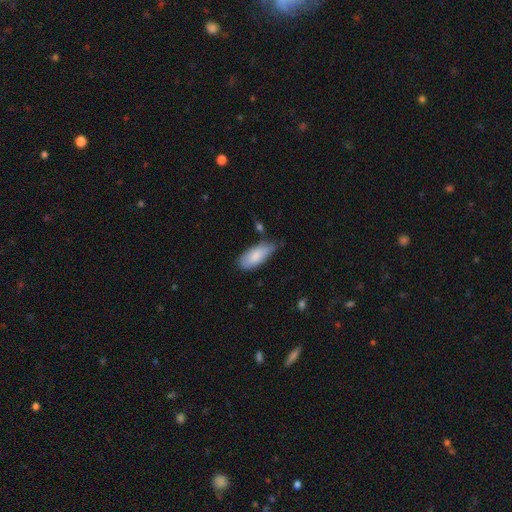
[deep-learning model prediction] Smooth or featured? Predicted: smooth (p=0.83). How rounded? Predicted: in between (p=0.88). Merging? Predicted: none (p=0.57).